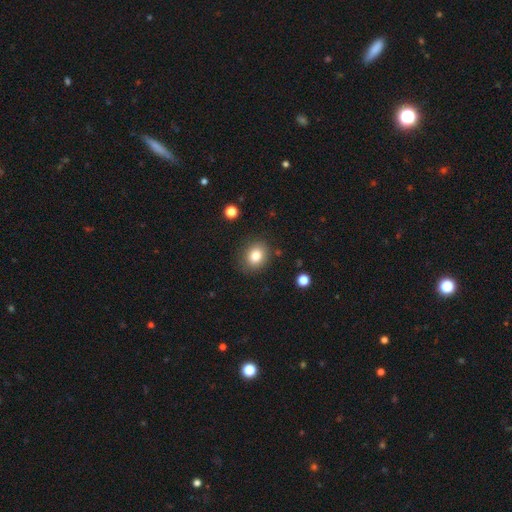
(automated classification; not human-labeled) This appears to be a smooth galaxy with no disk features (81%) that is round (61%). Merging: none (83%).